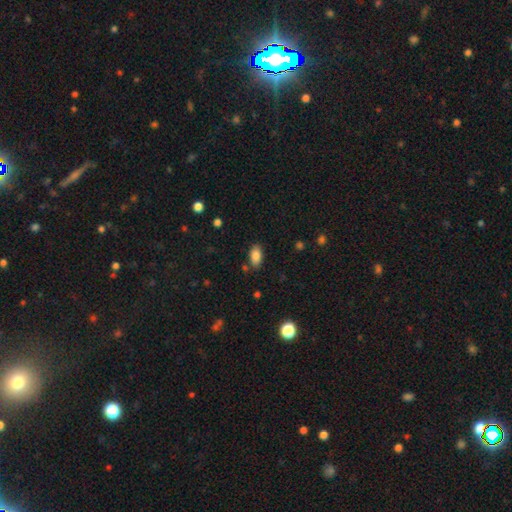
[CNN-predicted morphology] This appears to be a smooth galaxy with no disk features (86%) that is in between round and cigar-shaped (91%). Merging: none (83%).